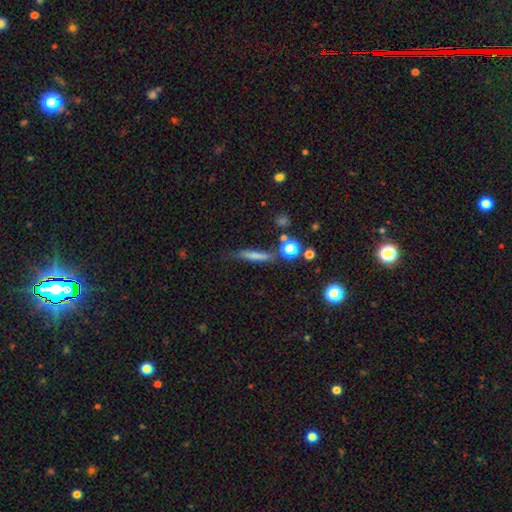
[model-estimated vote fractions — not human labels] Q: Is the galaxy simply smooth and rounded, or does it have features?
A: smooth — 68%.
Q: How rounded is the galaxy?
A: cigar-shaped — 82%.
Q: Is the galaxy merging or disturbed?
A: none — 70%.